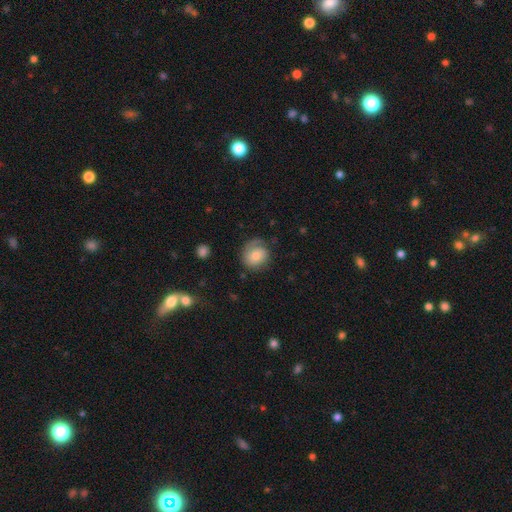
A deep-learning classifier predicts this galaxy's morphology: smooth_or_featured: smooth (p=0.60) [alt: featured or disk p=0.32]
how_rounded: round (p=0.79) [alt: in between p=0.20]
merging: none (p=0.63) [alt: minor disturbance p=0.22]